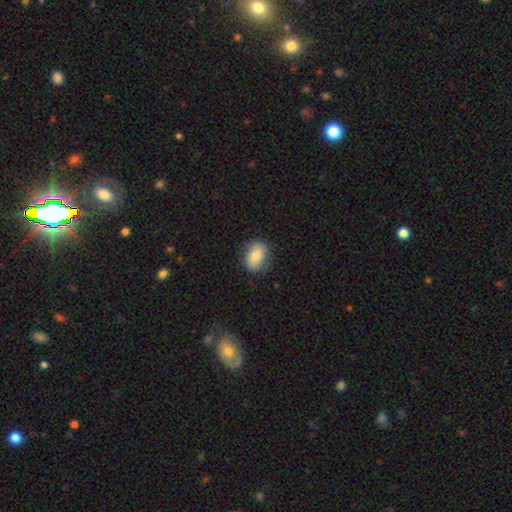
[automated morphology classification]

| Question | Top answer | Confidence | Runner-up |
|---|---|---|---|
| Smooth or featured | smooth | 73% | featured or disk (20%) |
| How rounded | in between | 74% | round (24%) |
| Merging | none | 78% | minor disturbance (17%) |